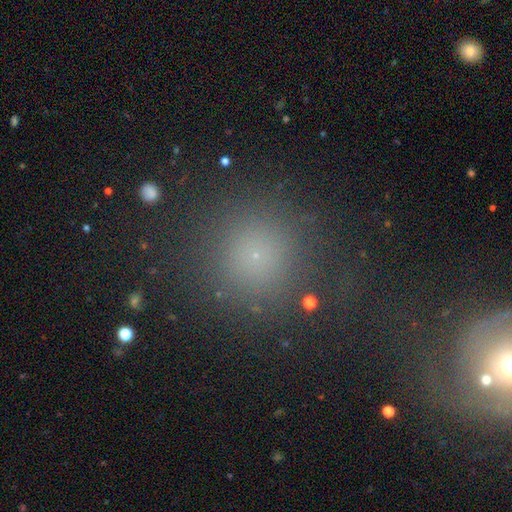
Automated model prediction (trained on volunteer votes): A smooth galaxy with no disk features (63%) that is round (94%). Merging: none (85%).